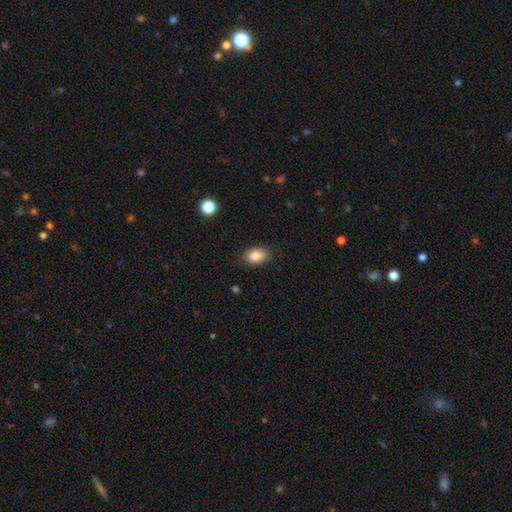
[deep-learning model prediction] Morphology: type=smooth (86%); roundness=in between (83%); merging=none (87%).